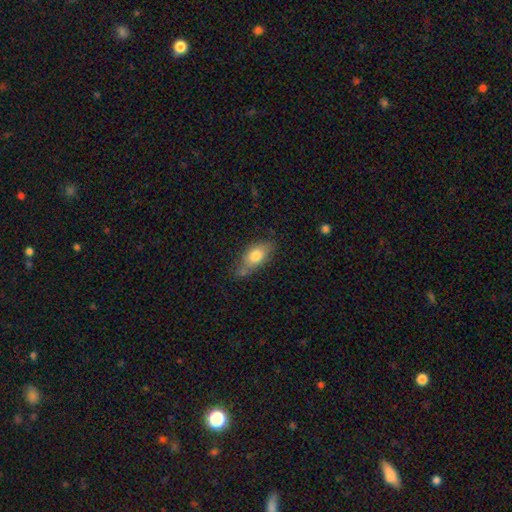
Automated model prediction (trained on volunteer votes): This is likely a smooth galaxy (75%). How rounded: clearly in between (85%). Merging: possibly none (59%).